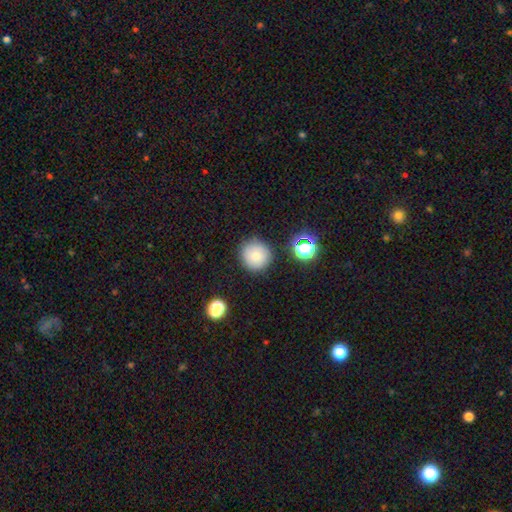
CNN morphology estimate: The model was most divided on "smooth or featured": smooth: 78%, star or artifact: 12%, featured or disk: 10%. More confident: how rounded — round (94%); merging — none (85%).